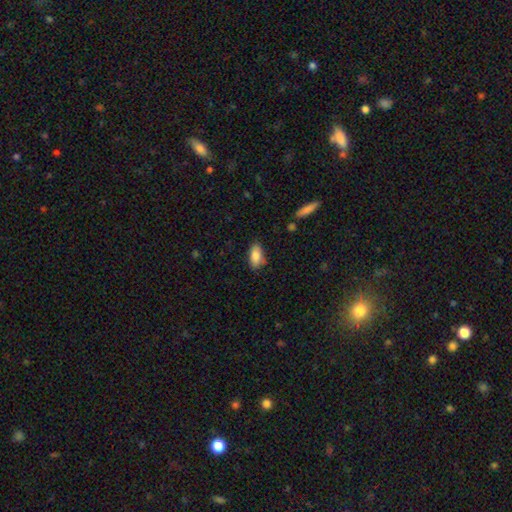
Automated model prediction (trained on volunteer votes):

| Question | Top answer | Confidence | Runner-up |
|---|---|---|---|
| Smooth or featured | smooth | 84% | featured or disk (9%) |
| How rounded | in between | 89% | cigar-shaped (8%) |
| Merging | none | 78% | minor disturbance (17%) |